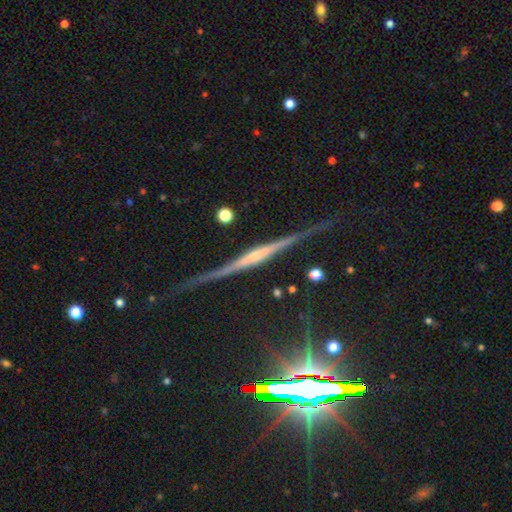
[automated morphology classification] smooth-or-featured: featured or disk: 81% | star or artifact: 10% | smooth: 9%
  disk-edge-on: yes: 96% | no: 4%
    edge-on-bulge: rounded: 46% | none: 30% | boxy: 24%
  merging: none: 80% | minor disturbance: 14% | major disturbance: 4% | merger: 3%